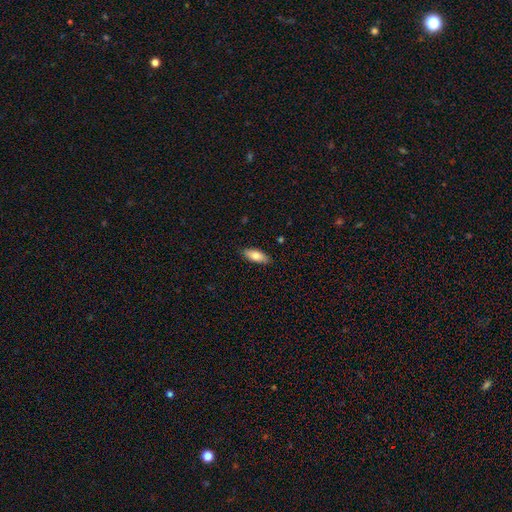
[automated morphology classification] A smooth galaxy with no disk features (78%) that is in between round and cigar-shaped (78%).

Vote fractions:
- Smooth or featured? smooth: 78% / featured or disk: 16% / star or artifact: 6%
- How rounded? in between: 78% / cigar-shaped: 20% / round: 2%
- Merging? none: 86% / minor disturbance: 11% / major disturbance: 2% / merger: 1%